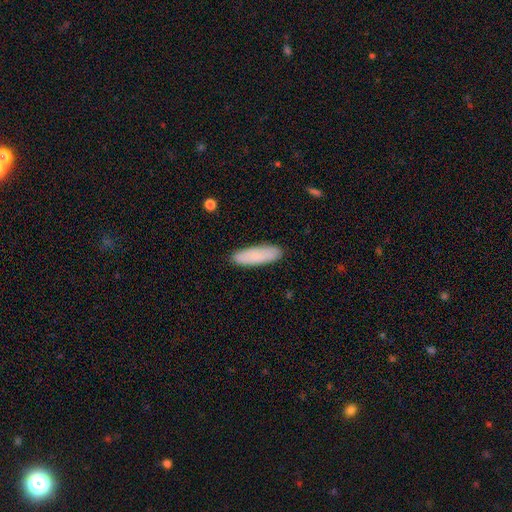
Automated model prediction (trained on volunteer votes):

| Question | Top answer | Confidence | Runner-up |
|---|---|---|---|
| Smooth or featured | smooth | 83% | featured or disk (11%) |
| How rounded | cigar-shaped | 50% | in between (49%) |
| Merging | none | 88% | minor disturbance (9%) |